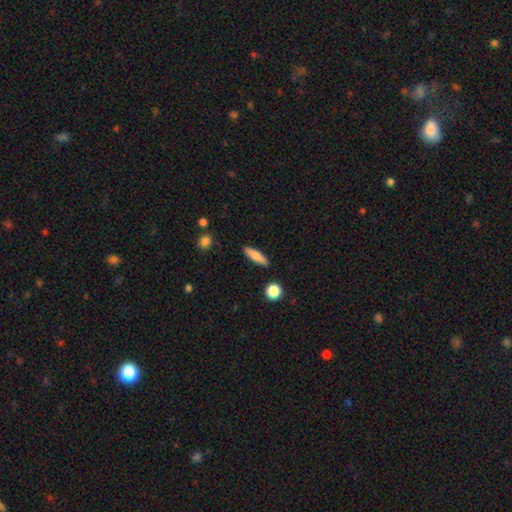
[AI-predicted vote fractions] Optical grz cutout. It shows a smooth galaxy with no disk features (77%) that is cigar-shaped (71%). Merging: none (89%).